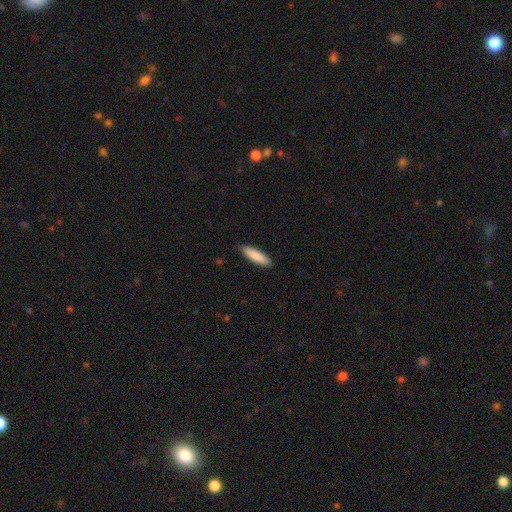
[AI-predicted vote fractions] The model was most divided on "how rounded": cigar-shaped: 65%, in between: 34%, round: 1%. More confident: merging — none (88%); smooth or featured — smooth (87%).